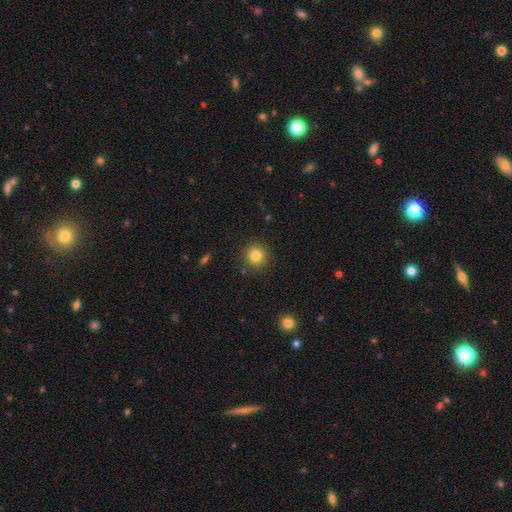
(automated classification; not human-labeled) Smooth or featured? smooth (82%)
How rounded? round (94%)
Merging? none (89%)